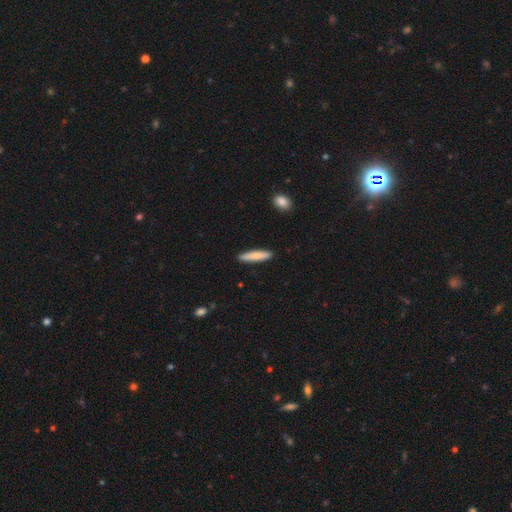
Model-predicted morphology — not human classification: Smooth or featured? Predicted: smooth (p=0.78). How rounded? Predicted: cigar-shaped (p=0.87). Merging? Predicted: none (p=0.91).